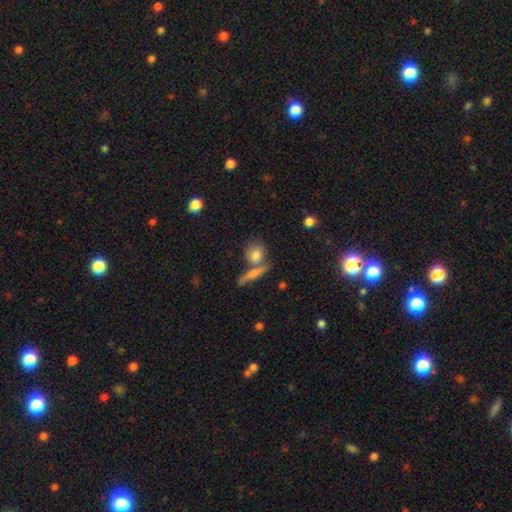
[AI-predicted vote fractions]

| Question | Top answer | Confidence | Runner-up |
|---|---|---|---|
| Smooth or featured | smooth | 77% | featured or disk (14%) |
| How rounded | round | 54% | in between (34%) |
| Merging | none | 55% | merger (28%) |